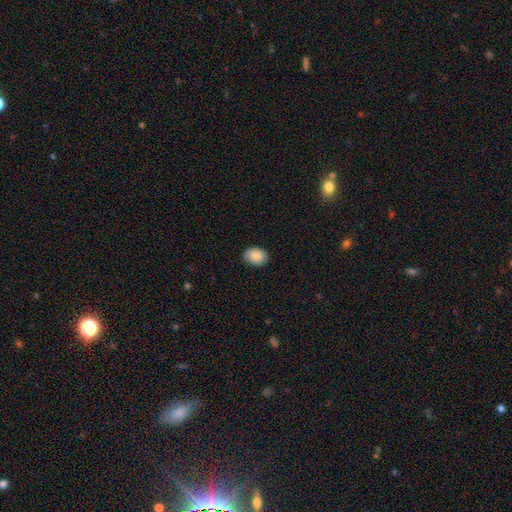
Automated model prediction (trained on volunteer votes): This is clearly a smooth galaxy (85%). How rounded: likely in between (64%). Merging: likely none (78%).